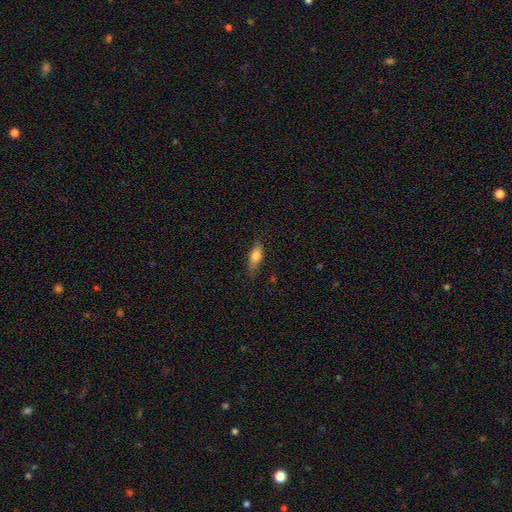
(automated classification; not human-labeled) smooth_or_featured: smooth (p=0.76) [alt: featured or disk p=0.16]
how_rounded: in between (p=0.75) [alt: cigar-shaped p=0.22]
merging: none (p=0.68) [alt: minor disturbance p=0.25]